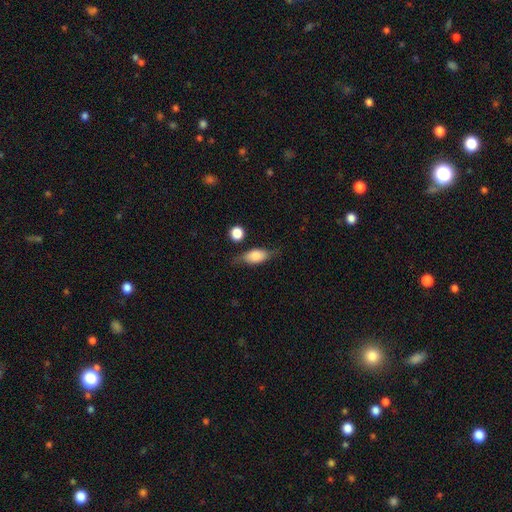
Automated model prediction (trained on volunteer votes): Morphology: type=smooth (64%); roundness=in between (76%); merging=none (60%).